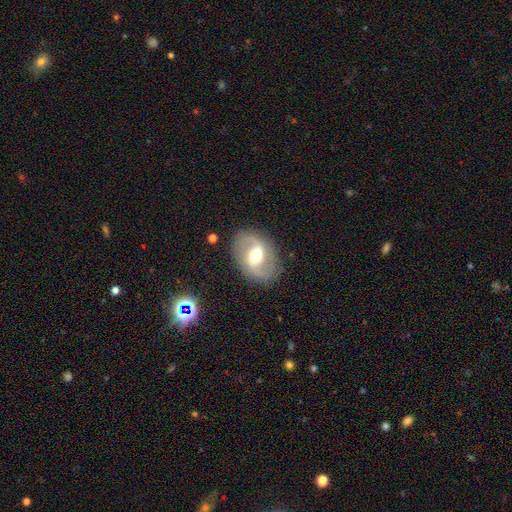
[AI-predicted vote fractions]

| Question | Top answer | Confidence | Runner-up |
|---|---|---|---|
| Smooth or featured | featured or disk | 79% | smooth (15%) |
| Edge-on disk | no | 97% | yes (3%) |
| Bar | weak | 49% | strong (29%) |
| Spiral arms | yes | 88% | no (12%) |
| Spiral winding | medium | 46% | loose (38%) |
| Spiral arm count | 2 | 90% | can't tell (4%) |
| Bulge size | moderate | 67% | small (22%) |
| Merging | none | 84% | minor disturbance (11%) |